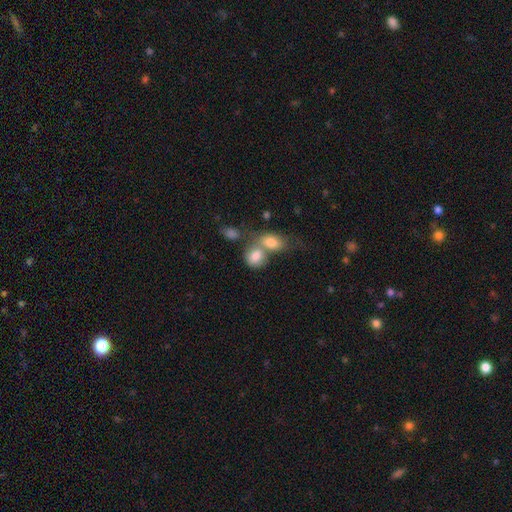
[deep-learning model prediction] A smooth galaxy with no disk features (80%) that is in between round and cigar-shaped (54%). Merging: merger (59%).